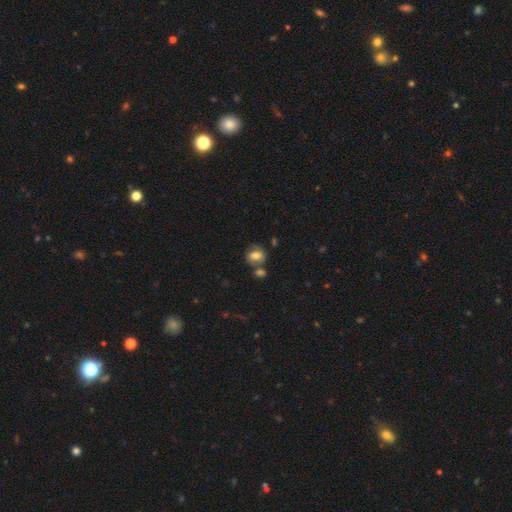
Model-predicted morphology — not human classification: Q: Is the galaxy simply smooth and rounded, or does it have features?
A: smooth — 65%.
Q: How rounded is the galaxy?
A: in between — 56%.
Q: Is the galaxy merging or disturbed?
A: none — 52%.